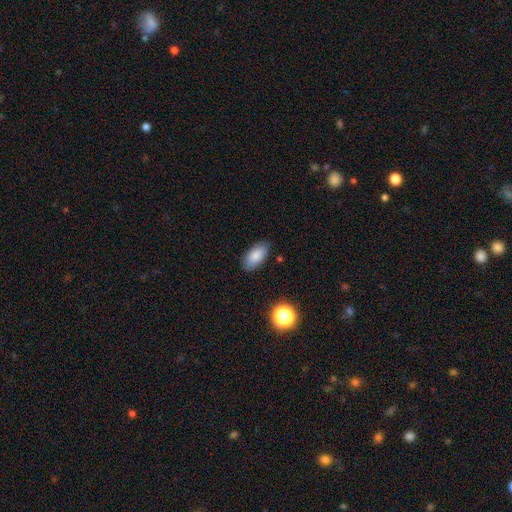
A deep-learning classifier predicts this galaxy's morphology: Smooth or featured? smooth (85%)
How rounded? in between (93%)
Merging? none (85%)